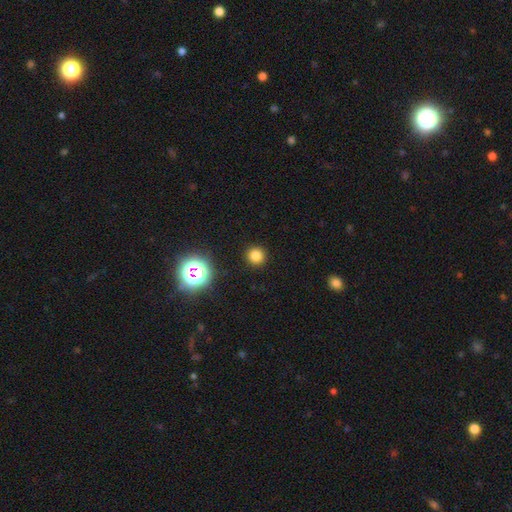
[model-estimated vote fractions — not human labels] smooth-or-featured: smooth: 78% | star or artifact: 17% | featured or disk: 5%
  how-rounded: round: 94% | in between: 5% | cigar-shaped: 1%
  merging: none: 92% | minor disturbance: 5% | major disturbance: 2% | merger: 1%